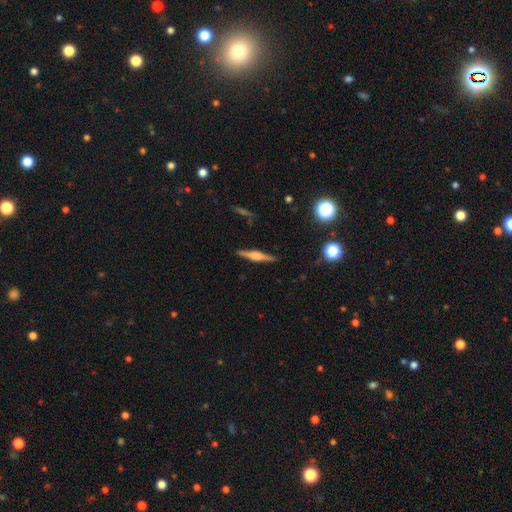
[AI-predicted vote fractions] featured or disk 63%, smooth 30%, star or artifact 7%. Down the decision tree: edge-on disk — yes (98%); edge-on bulge — rounded (63%); merging — none (89%).